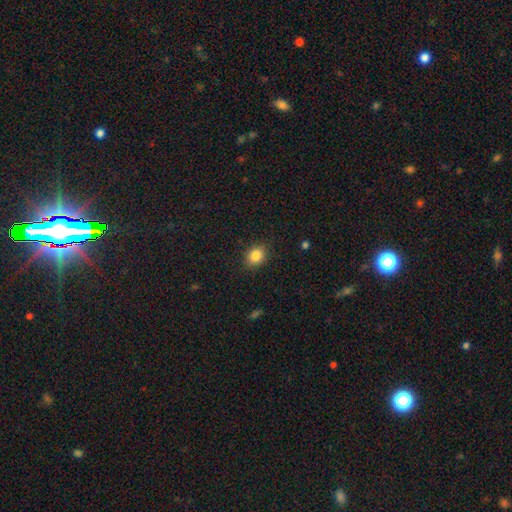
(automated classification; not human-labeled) smooth-or-featured: smooth: 85% | star or artifact: 10% | featured or disk: 5%
  how-rounded: in between: 51% | round: 48% | cigar-shaped: 1%
  merging: none: 87% | minor disturbance: 9% | major disturbance: 2% | merger: 1%